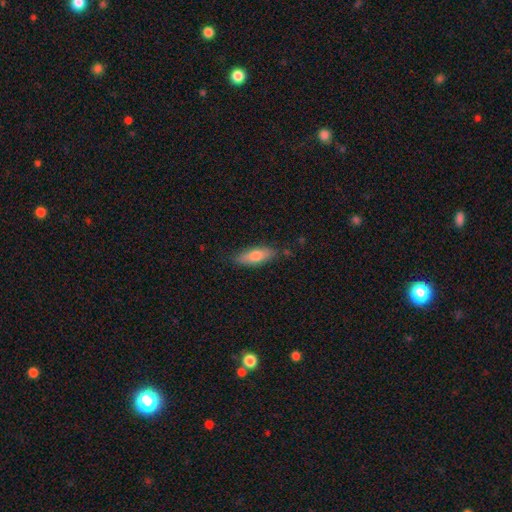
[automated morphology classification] Smooth or featured?
  - smooth: 72% *
  - featured or disk: 21%
  - star or artifact: 6%
How rounded?
  - in between: 57% *
  - cigar-shaped: 40%
  - round: 2%
Merging?
  - none: 82% *
  - minor disturbance: 14%
  - major disturbance: 2%
  - merger: 2%